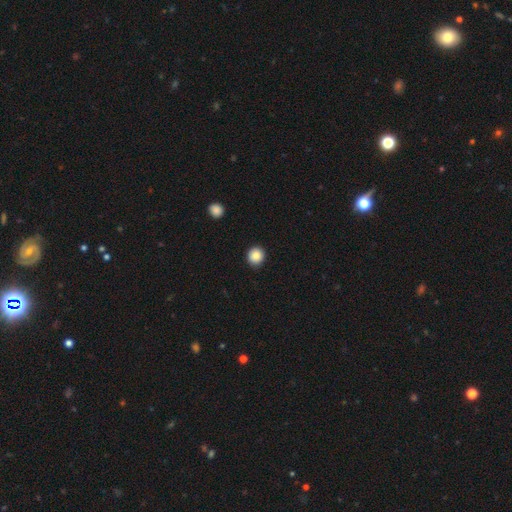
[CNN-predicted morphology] Smooth or featured?
  - smooth: 87% *
  - star or artifact: 9%
  - featured or disk: 4%
How rounded?
  - round: 92% *
  - in between: 7%
  - cigar-shaped: 1%
Merging?
  - none: 91% *
  - minor disturbance: 6%
  - major disturbance: 2%
  - merger: 1%